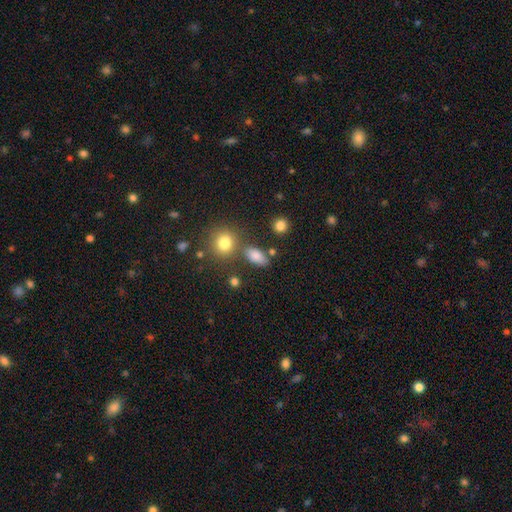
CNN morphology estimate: Smooth or featured?
  - smooth: 82% *
  - star or artifact: 12%
  - featured or disk: 6%
How rounded?
  - in between: 78% *
  - round: 16%
  - cigar-shaped: 6%
Merging?
  - none: 71% *
  - minor disturbance: 13%
  - merger: 10%
  - major disturbance: 5%